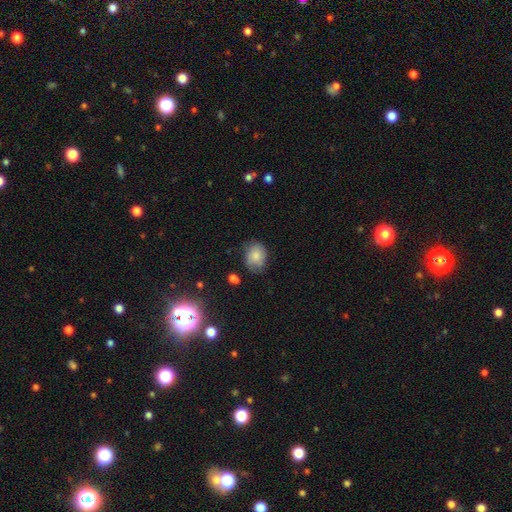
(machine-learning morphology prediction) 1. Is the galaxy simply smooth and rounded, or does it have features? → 80% smooth, 11% featured or disk, 9% star or artifact.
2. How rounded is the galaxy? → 59% in between, 40% round, 1% cigar-shaped.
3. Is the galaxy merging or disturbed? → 67% none, 25% minor disturbance, 6% major disturbance, 2% merger.